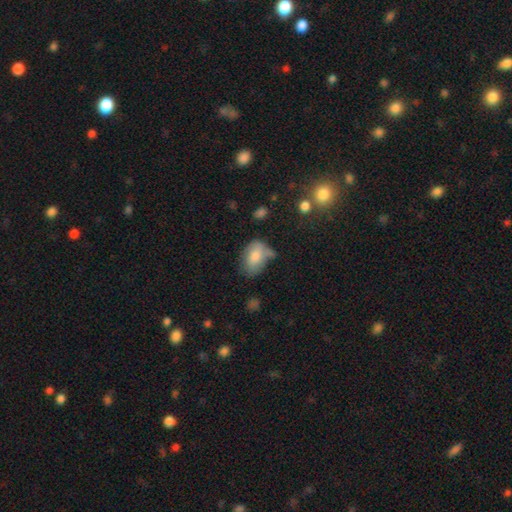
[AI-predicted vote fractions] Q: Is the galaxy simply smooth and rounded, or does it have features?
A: smooth — 77%.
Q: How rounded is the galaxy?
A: in between — 86%.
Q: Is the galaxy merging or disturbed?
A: none — 42%.